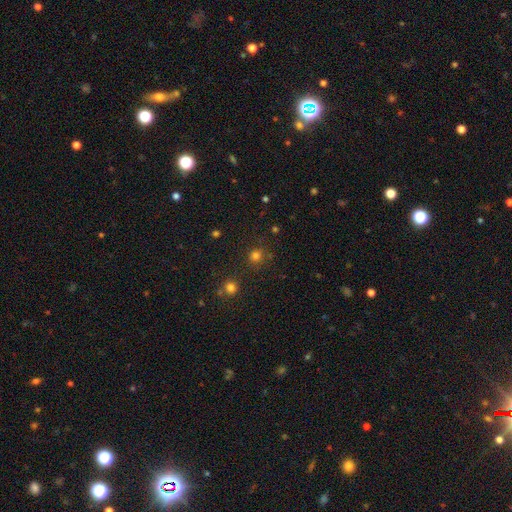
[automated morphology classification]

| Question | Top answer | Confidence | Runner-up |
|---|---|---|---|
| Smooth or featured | smooth | 75% | star or artifact (20%) |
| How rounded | round | 91% | in between (9%) |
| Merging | none | 82% | minor disturbance (9%) |